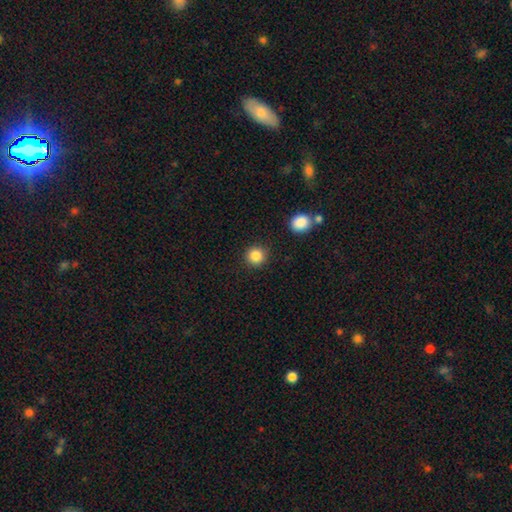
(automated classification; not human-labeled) smooth_or_featured: smooth (p=0.87) [alt: star or artifact p=0.10]
how_rounded: round (p=0.93) [alt: in between p=0.06]
merging: none (p=0.90) [alt: minor disturbance p=0.06]